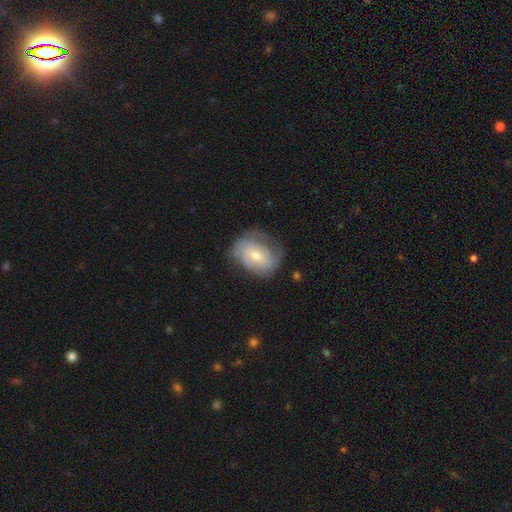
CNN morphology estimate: Q: Smooth or featured?
A: featured or disk (60%); runner-up: smooth (33%)
Q: Edge-on disk?
A: no (97%); runner-up: yes (3%)
Q: Bar?
A: no (51%); runner-up: weak (39%)
Q: Spiral arms?
A: yes (81%); runner-up: no (19%)
Q: Bulge size?
A: moderate (59%); runner-up: small (34%)
Q: Merging?
A: none (56%); runner-up: minor disturbance (29%)